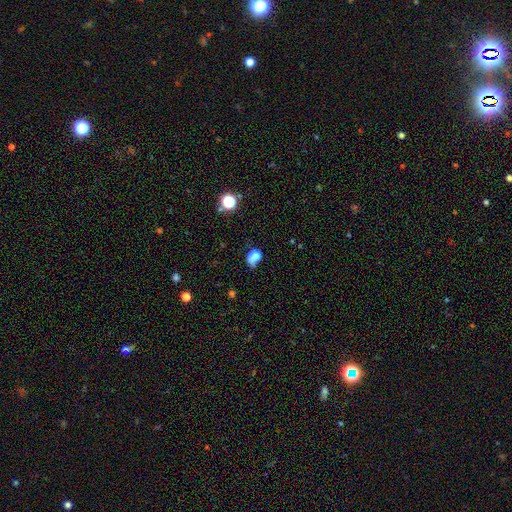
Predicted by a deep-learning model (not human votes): smooth 71%, featured or disk 15%, star or artifact 13%. Down the decision tree: how rounded — in between (61%); merging — minor disturbance (32%).